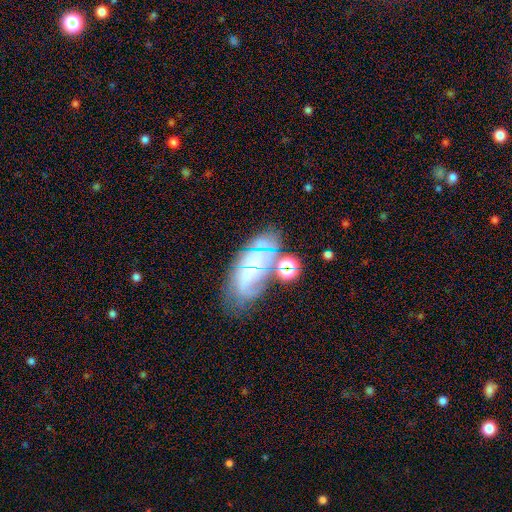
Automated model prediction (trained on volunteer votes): Smooth or featured: featured or disk — 41% (smooth — 37%)
Merging: none — 50% (minor disturbance — 23%)